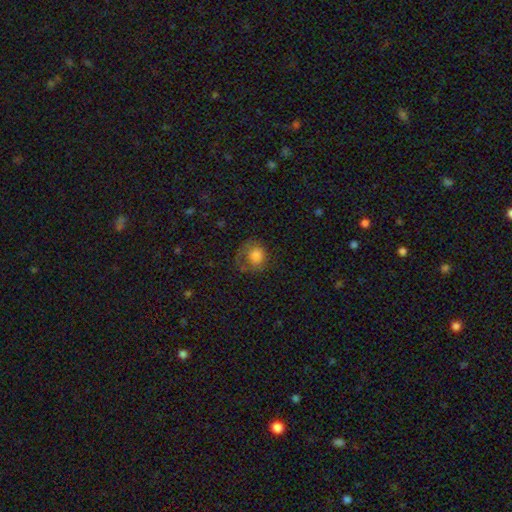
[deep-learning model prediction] Smooth or featured? smooth (70%)
How rounded? round (75%)
Merging? none (48%)